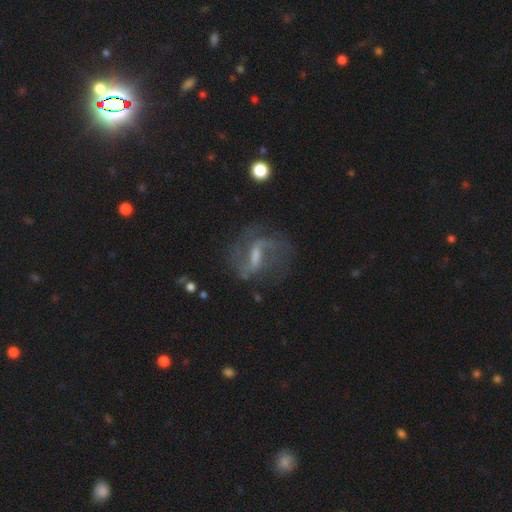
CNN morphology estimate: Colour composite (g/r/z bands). It shows a featured or disk galaxy (83%) with a weak bar (47%), 2 (83%) loose (46%) spiral arms (92%) and a small central bulge (35%). Merging: none (63%).